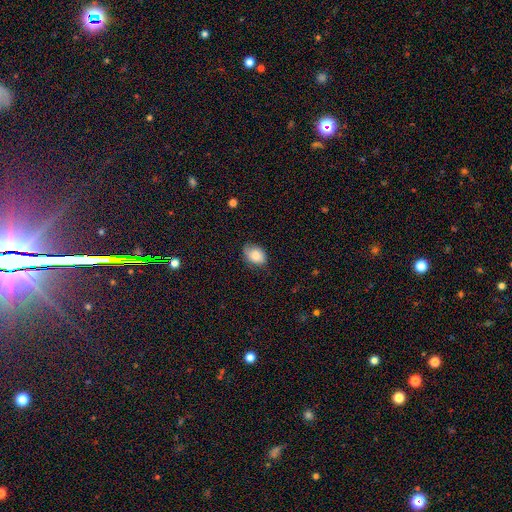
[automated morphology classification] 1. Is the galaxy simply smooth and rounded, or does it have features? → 82% smooth, 11% featured or disk, 8% star or artifact.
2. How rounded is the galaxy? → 80% in between, 19% round, 1% cigar-shaped.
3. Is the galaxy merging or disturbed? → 64% none, 28% minor disturbance, 6% major disturbance, 1% merger.